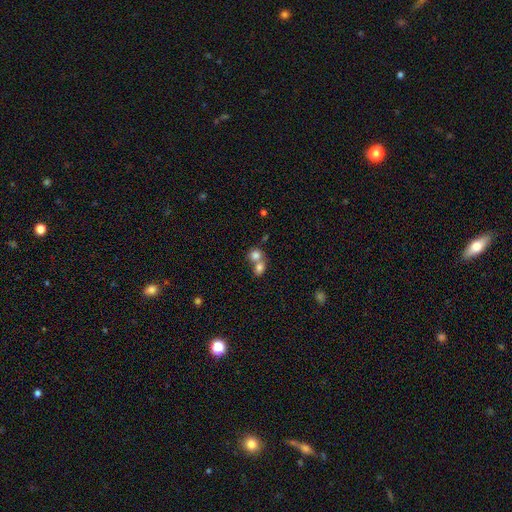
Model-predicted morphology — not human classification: Q: Smooth or featured?
A: smooth (78%); runner-up: featured or disk (11%)
Q: How rounded?
A: round (73%); runner-up: in between (26%)
Q: Merging?
A: merger (63%); runner-up: none (29%)